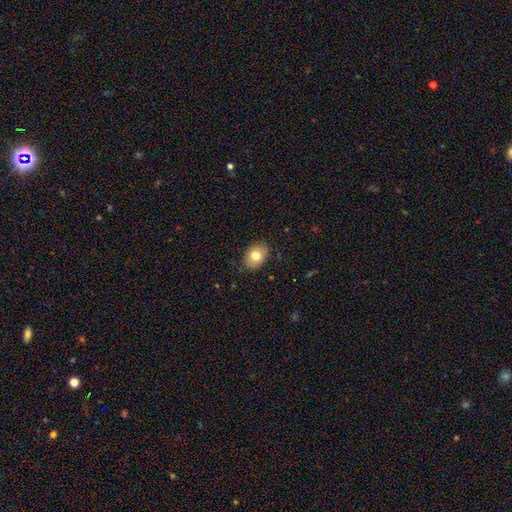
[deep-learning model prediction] smooth-or-featured: smooth: 78% | featured or disk: 13% | star or artifact: 9%
  how-rounded: in between: 68% | round: 32% | cigar-shaped: 1%
  merging: none: 84% | minor disturbance: 12% | major disturbance: 2% | merger: 1%